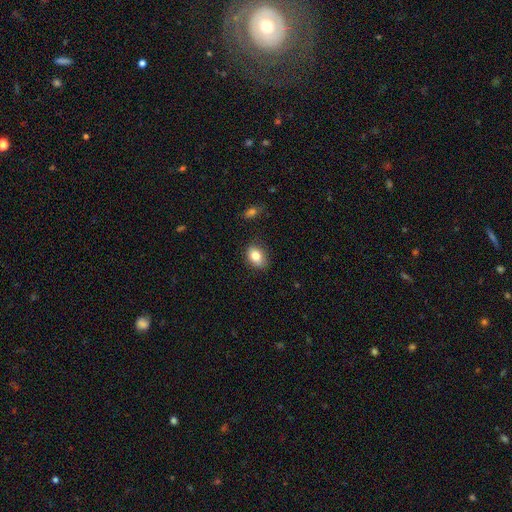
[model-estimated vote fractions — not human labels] Smooth or featured? smooth (82%)
How rounded? in between (75%)
Merging? none (81%)